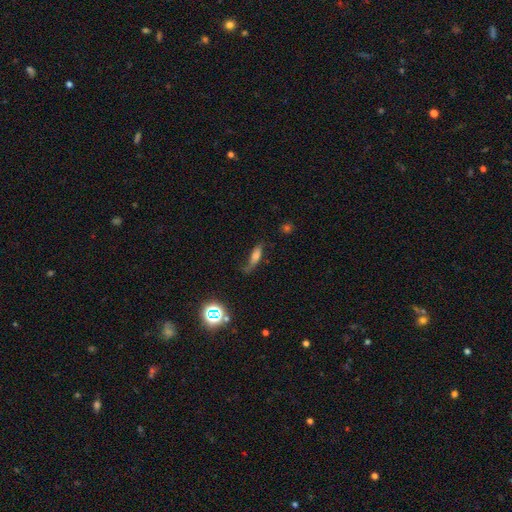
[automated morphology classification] type=smooth (53%); roundness=cigar-shaped (51%); merging=none (48%).